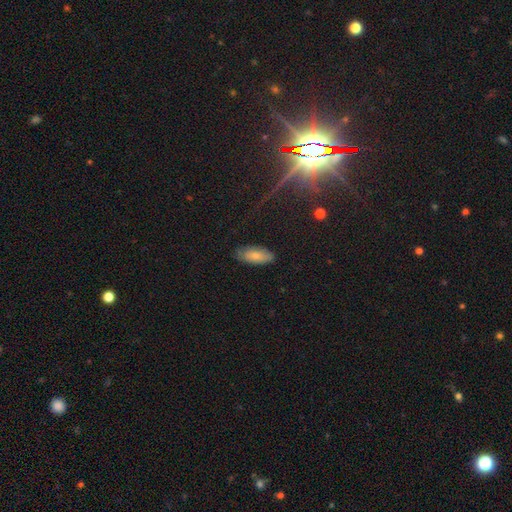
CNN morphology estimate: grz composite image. It shows a smooth galaxy with no disk features (78%) that is in between round and cigar-shaped (85%). Merging: none (77%).